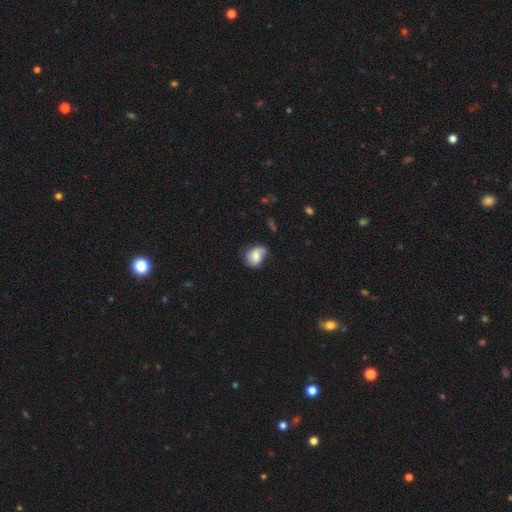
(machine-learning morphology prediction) A smooth galaxy with no disk features (58%) that is in between round and cigar-shaped (65%).

Vote fractions:
- Smooth or featured? smooth: 58% / featured or disk: 34% / star or artifact: 8%
- How rounded? in between: 65% / round: 34% / cigar-shaped: 1%
- Merging? none: 48% / minor disturbance: 36% / major disturbance: 14% / merger: 2%